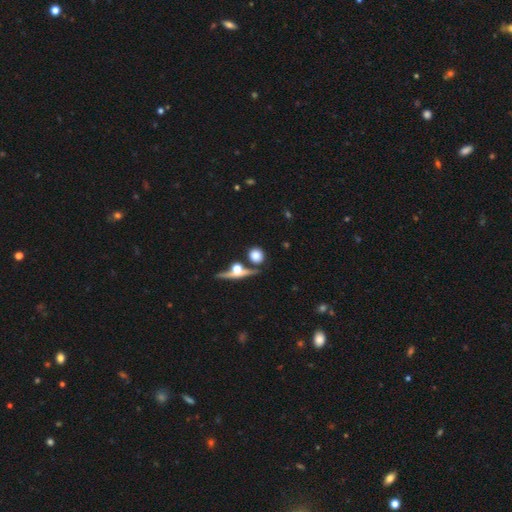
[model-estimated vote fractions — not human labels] Smooth or featured? smooth (70%)
How rounded? round (85%)
Merging? none (73%)